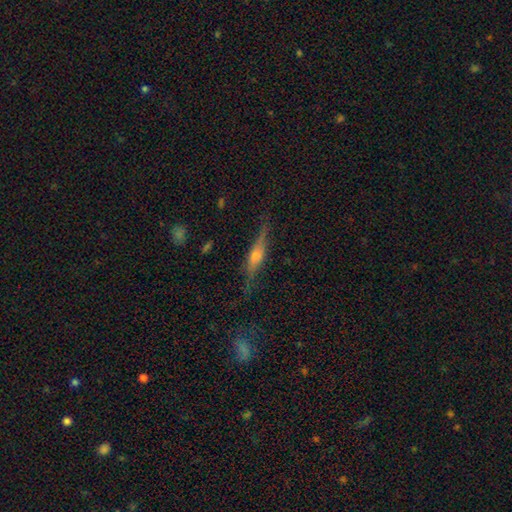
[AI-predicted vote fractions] smooth-or-featured: featured or disk: 67% | smooth: 25% | star or artifact: 9%
  disk-edge-on: yes: 95% | no: 5%
    edge-on-bulge: rounded: 85% | boxy: 10% | none: 6%
  merging: none: 78% | minor disturbance: 16% | major disturbance: 5% | merger: 2%